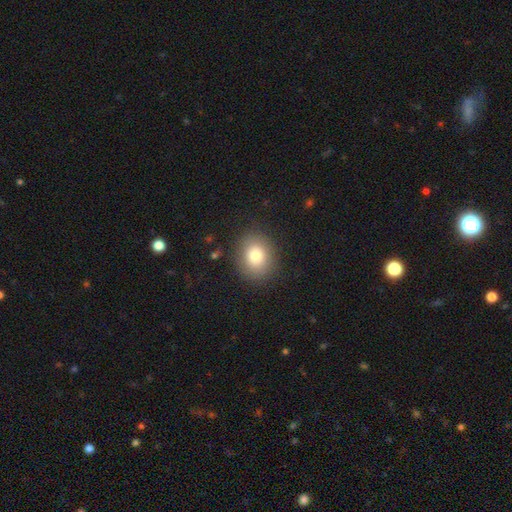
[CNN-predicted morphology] A smooth galaxy with no disk features (80%) that is round (61%). Merging: none (86%).